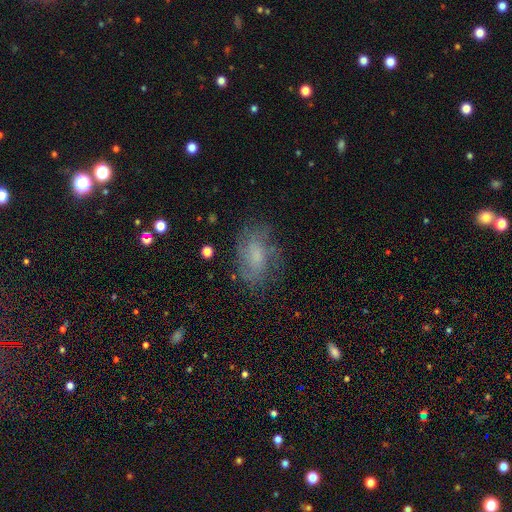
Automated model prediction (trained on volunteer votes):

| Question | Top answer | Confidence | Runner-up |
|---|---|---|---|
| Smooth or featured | smooth | 46% | featured or disk (43%) |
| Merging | none | 67% | minor disturbance (21%) |